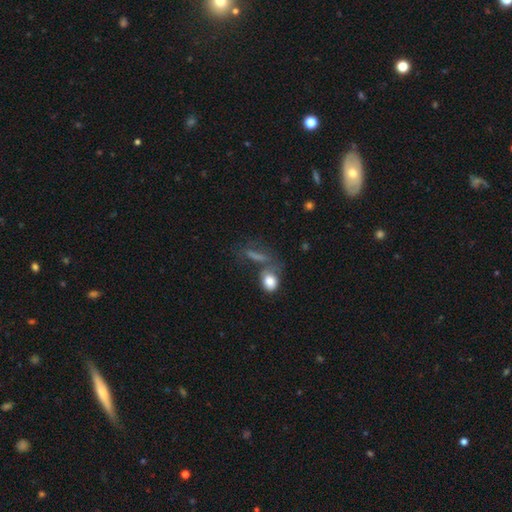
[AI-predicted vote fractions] Smooth or featured? Predicted: smooth (p=0.50). How rounded? Predicted: in between (p=0.45). Merging? Predicted: none (p=0.51).